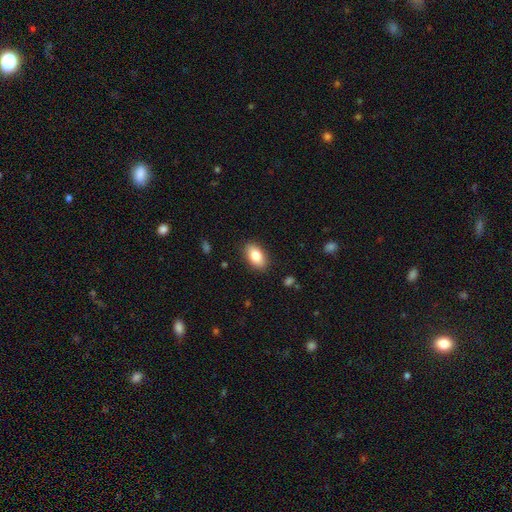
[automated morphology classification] This appears to be a smooth galaxy with no disk features (84%) that is in between round and cigar-shaped (92%). Merging: none (88%).